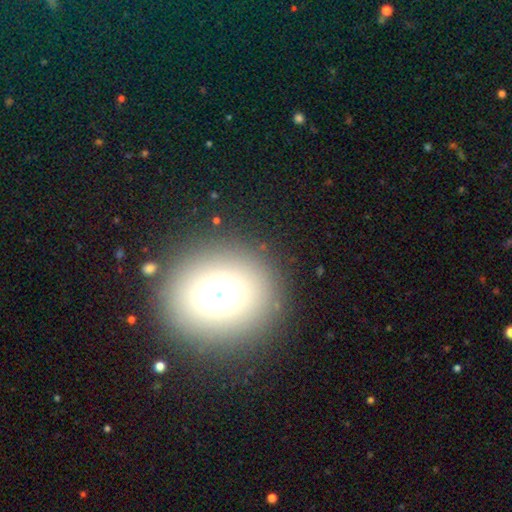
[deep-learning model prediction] The model was most divided on "smooth or featured": smooth: 68%, star or artifact: 19%, featured or disk: 14%. More confident: merging — none (85%); how rounded — round (75%).